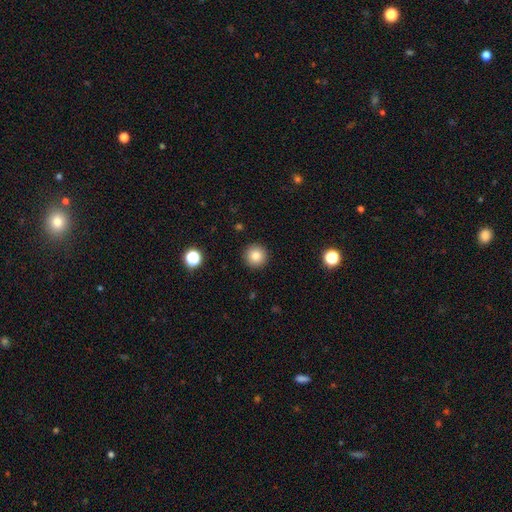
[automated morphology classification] Overall: smooth (84%). How rounded: round (95%). Merging: none (92%).